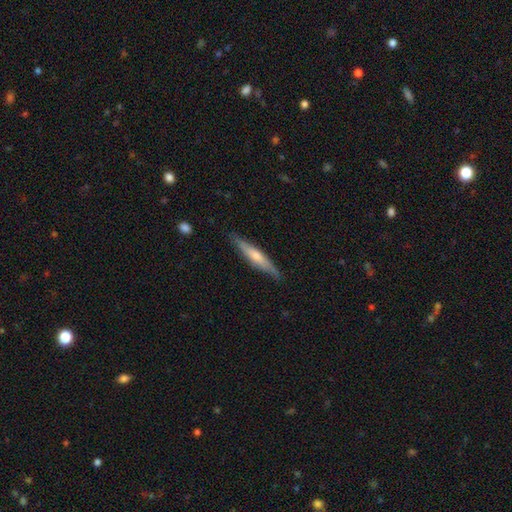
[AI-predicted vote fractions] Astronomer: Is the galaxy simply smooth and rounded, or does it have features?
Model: featured or disk — 49% (runner-up: smooth, 46%).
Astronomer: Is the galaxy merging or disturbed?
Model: none — 87%.